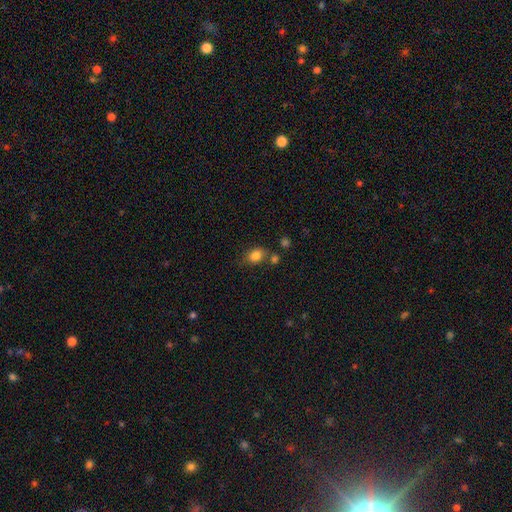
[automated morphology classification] Q: Smooth or featured?
A: smooth (83%); runner-up: star or artifact (10%)
Q: How rounded?
A: in between (61%); runner-up: round (38%)
Q: Merging?
A: none (65%); runner-up: minor disturbance (17%)